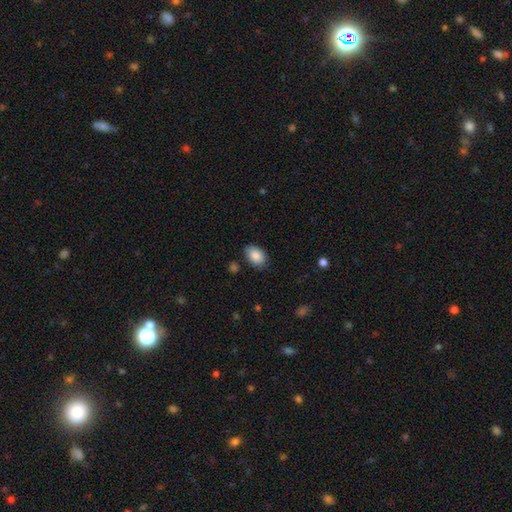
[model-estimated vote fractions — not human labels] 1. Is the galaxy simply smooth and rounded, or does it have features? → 87% smooth, 7% star or artifact, 6% featured or disk.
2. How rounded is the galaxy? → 88% in between, 11% round, 1% cigar-shaped.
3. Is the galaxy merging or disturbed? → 80% none, 15% minor disturbance, 3% major disturbance, 2% merger.